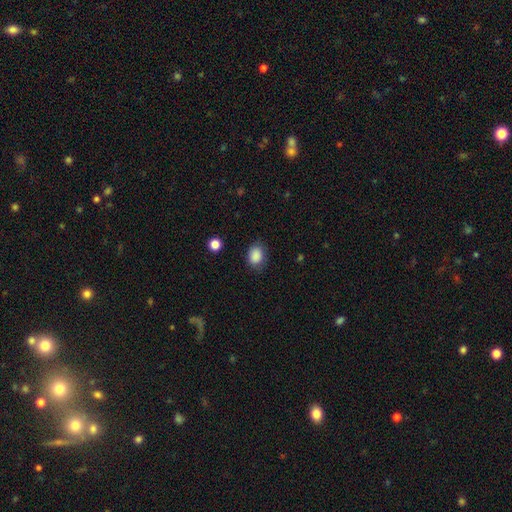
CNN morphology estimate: This is clearly a smooth galaxy (88%). How rounded: likely in between (64%). Merging: likely none (78%).